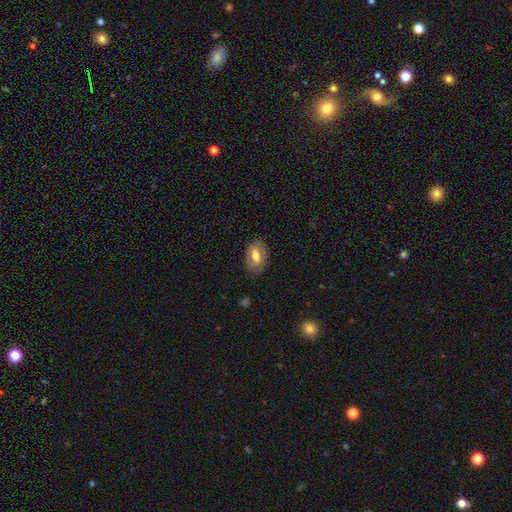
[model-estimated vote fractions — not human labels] smooth_or_featured: smooth (p=0.65) [alt: featured or disk p=0.28]
how_rounded: in between (p=0.90) [alt: round p=0.08]
merging: none (p=0.84) [alt: minor disturbance p=0.12]